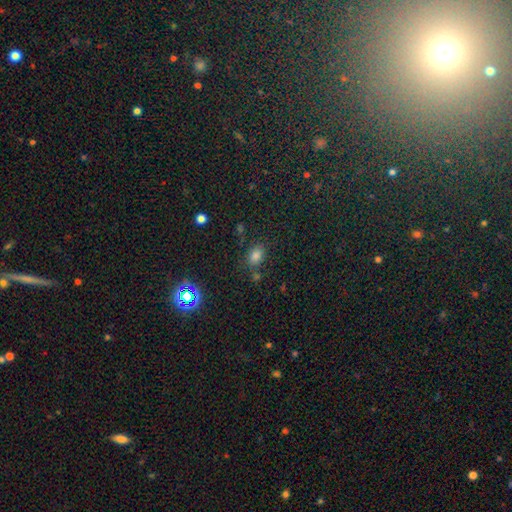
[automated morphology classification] Q: Smooth or featured?
A: smooth (73%); runner-up: star or artifact (20%)
Q: How rounded?
A: in between (72%); runner-up: round (27%)
Q: Merging?
A: none (73%); runner-up: minor disturbance (14%)